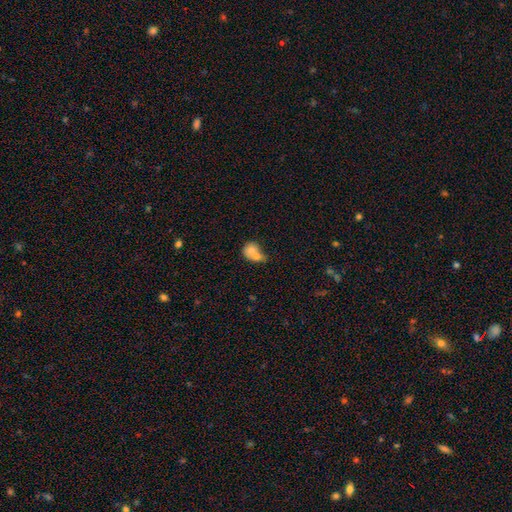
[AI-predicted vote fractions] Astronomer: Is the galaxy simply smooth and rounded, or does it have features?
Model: smooth — 69%.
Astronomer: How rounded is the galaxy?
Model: round — 61% (runner-up: in between, 38%).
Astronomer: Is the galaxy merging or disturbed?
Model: merger — 70%.